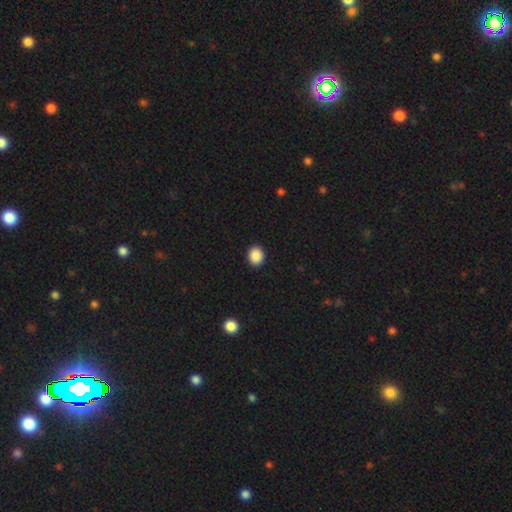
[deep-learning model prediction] smooth_or_featured: smooth (p=0.89) [alt: star or artifact p=0.08]
how_rounded: round (p=0.59) [alt: in between p=0.40]
merging: none (p=0.92) [alt: minor disturbance p=0.06]